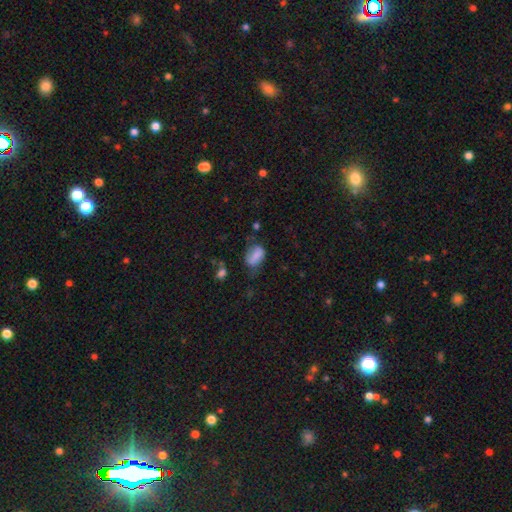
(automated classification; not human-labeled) Smooth or featured: smooth — 66% (featured or disk — 25%)
How rounded: in between — 81% (round — 16%)
Merging: none — 43% (minor disturbance — 33%)